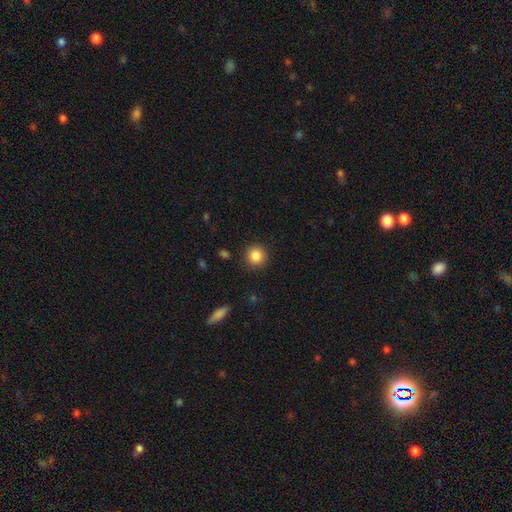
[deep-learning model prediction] smooth-or-featured: smooth: 86% | star or artifact: 9% | featured or disk: 5%
  how-rounded: round: 93% | in between: 6% | cigar-shaped: 1%
  merging: none: 90% | minor disturbance: 6% | major disturbance: 2% | merger: 1%